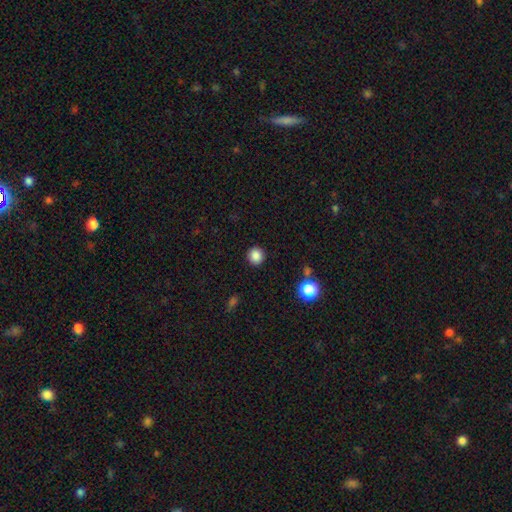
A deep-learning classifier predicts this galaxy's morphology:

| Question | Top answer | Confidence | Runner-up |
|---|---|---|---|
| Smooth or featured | smooth | 86% | star or artifact (11%) |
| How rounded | round | 93% | in between (6%) |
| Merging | none | 92% | minor disturbance (5%) |